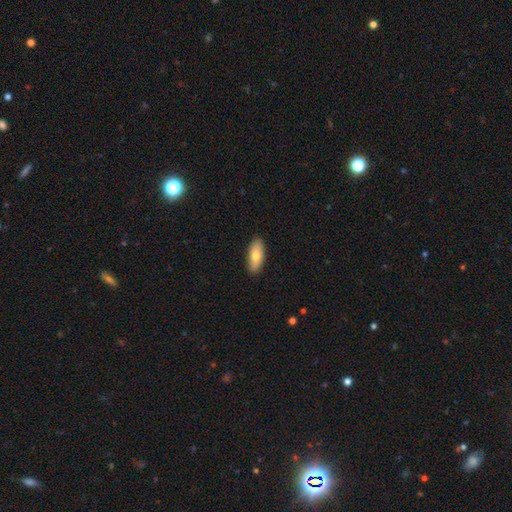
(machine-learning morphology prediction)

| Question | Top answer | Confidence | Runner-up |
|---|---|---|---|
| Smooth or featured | smooth | 77% | featured or disk (17%) |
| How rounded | in between | 82% | cigar-shaped (16%) |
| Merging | none | 87% | minor disturbance (10%) |